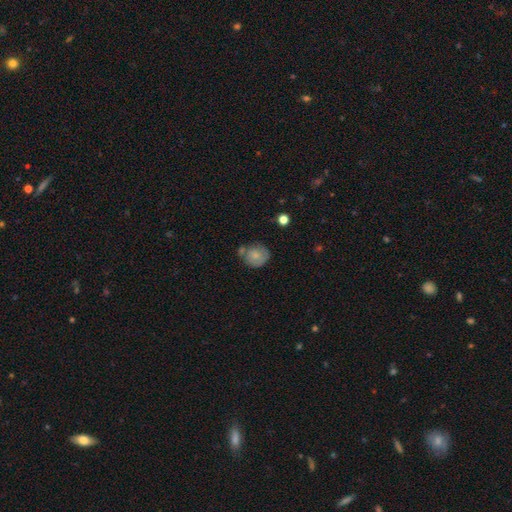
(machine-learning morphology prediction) A smooth galaxy with no disk features (65%) that is round (79%). Merging: none (50%).